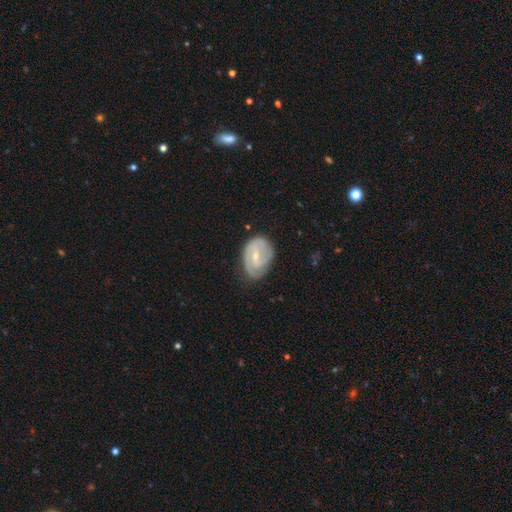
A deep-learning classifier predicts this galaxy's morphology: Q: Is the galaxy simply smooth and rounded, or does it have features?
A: featured or disk — 73%.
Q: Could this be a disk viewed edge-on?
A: no — 97%.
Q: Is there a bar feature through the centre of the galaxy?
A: weak — 54%.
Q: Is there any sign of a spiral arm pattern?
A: yes — 87%.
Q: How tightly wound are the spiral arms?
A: tight — 48%.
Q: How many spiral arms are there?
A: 2 — 55%.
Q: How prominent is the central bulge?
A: small — 60%.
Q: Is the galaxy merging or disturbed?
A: none — 64%.